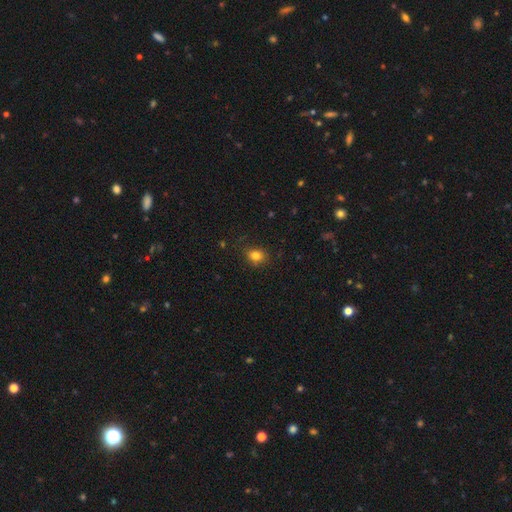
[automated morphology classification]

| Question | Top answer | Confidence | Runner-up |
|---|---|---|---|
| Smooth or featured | smooth | 82% | star or artifact (12%) |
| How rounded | round | 52% | in between (47%) |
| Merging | none | 83% | minor disturbance (13%) |